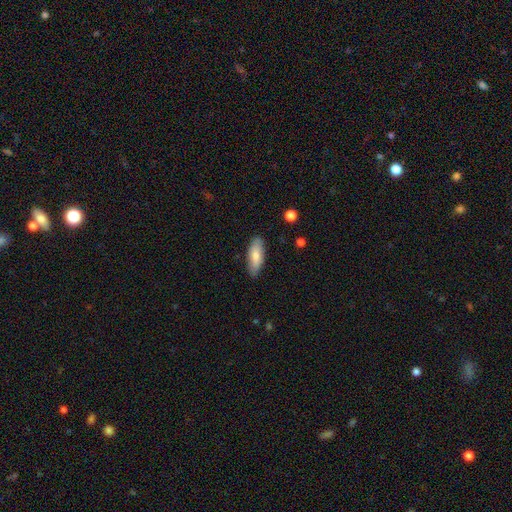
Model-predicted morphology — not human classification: Overall: smooth (76%). How rounded: in between (67%; cigar-shaped 31%). Merging: none (85%).